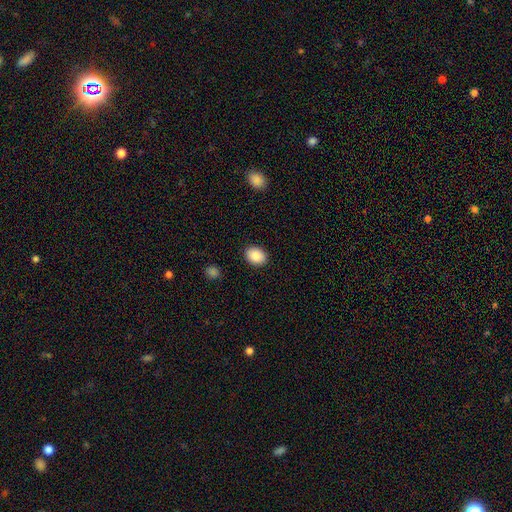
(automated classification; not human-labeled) smooth-or-featured: smooth: 88% | star or artifact: 7% | featured or disk: 4%
  how-rounded: in between: 64% | round: 35% | cigar-shaped: 1%
  merging: none: 90% | minor disturbance: 7% | major disturbance: 2% | merger: 1%